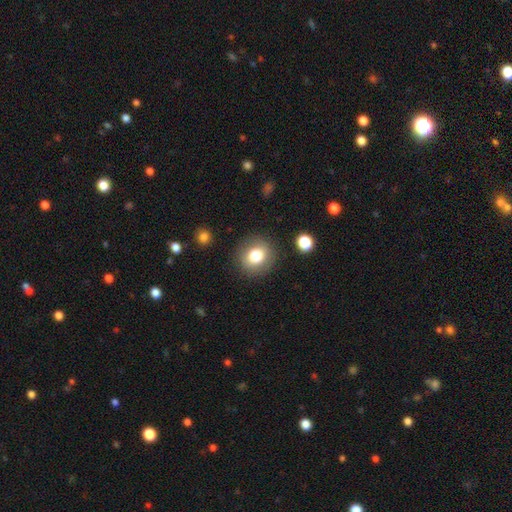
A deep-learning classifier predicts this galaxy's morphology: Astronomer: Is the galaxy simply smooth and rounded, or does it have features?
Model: smooth — 77%.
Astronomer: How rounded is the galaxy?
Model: round — 86%.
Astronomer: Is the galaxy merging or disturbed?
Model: none — 87%.